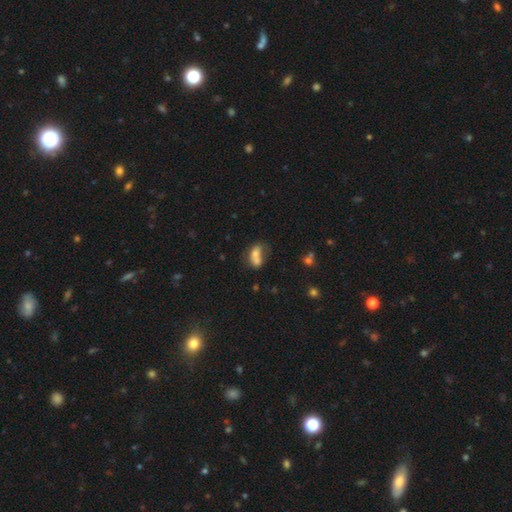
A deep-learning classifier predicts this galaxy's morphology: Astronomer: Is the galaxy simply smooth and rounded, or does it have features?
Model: smooth — 68%.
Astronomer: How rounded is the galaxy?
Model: in between — 76%.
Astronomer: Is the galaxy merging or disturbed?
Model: merger — 61%.